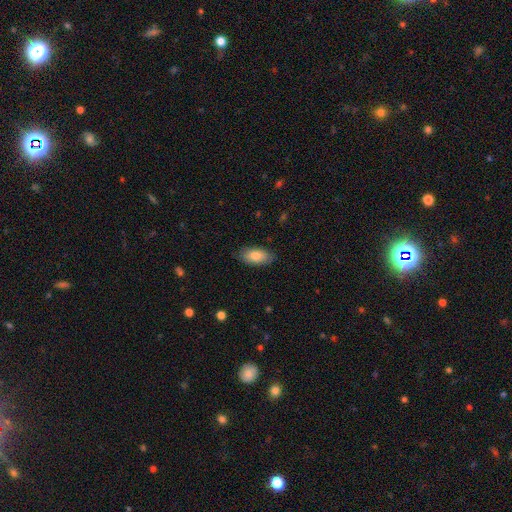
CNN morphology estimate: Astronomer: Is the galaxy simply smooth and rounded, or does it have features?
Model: smooth — 82%.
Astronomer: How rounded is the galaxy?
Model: in between — 92%.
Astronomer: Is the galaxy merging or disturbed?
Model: none — 84%.